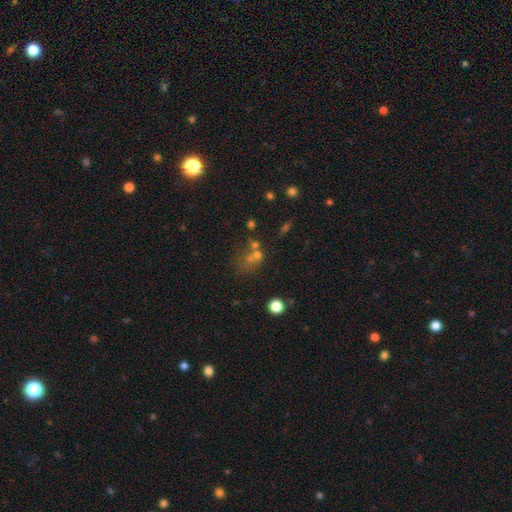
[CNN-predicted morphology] Smooth or featured? smooth (49%)
Merging? merger (39%)